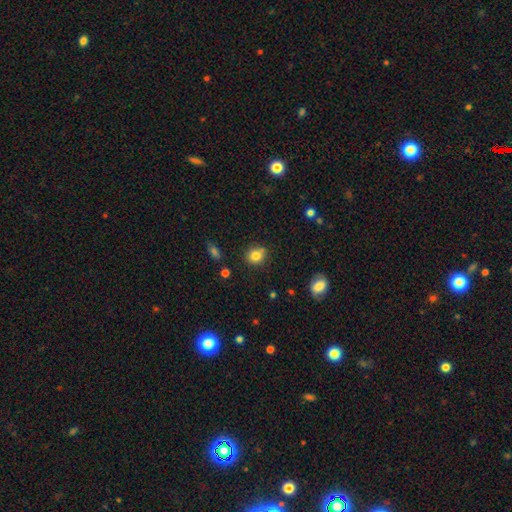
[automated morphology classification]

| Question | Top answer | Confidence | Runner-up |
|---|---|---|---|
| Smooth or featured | smooth | 80% | star or artifact (12%) |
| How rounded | round | 80% | in between (19%) |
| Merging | none | 72% | minor disturbance (16%) |